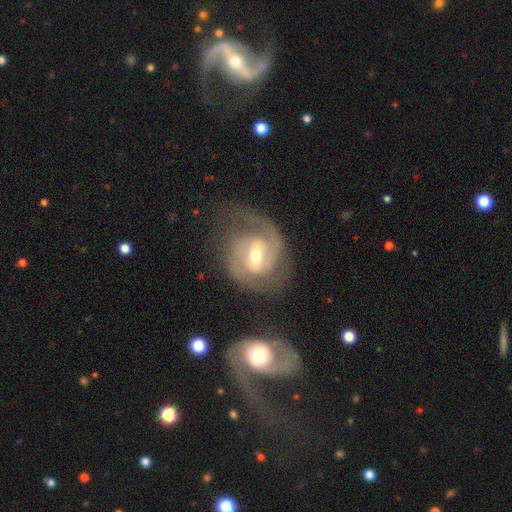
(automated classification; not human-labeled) This appears to be a featured or disk galaxy (88%) with a weak bar (50%), 2 (83%) medium (48%) spiral arms (96%) and a moderate central bulge (62%). Merging: none (66%).